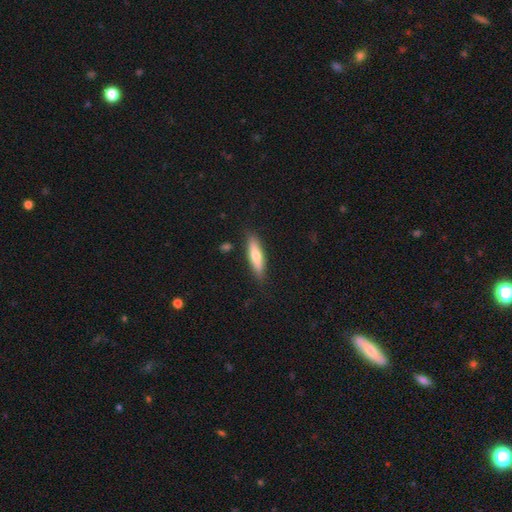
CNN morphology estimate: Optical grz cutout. It shows a smooth galaxy with no disk features (64%) that is cigar-shaped (72%). Merging: none (85%).